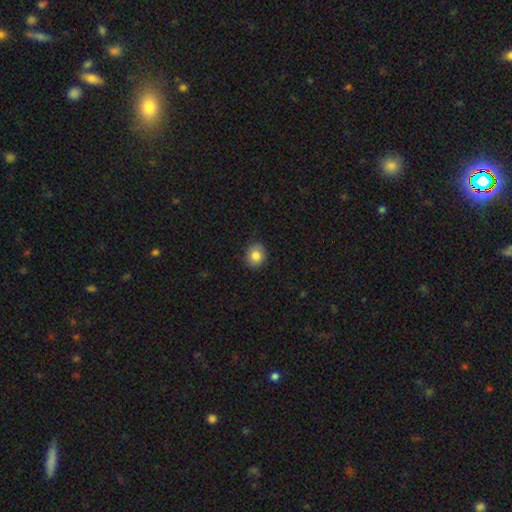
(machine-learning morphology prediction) Smooth or featured?
  - smooth: 84% *
  - star or artifact: 9%
  - featured or disk: 7%
How rounded?
  - round: 76% *
  - in between: 23%
  - cigar-shaped: 1%
Merging?
  - none: 88% *
  - minor disturbance: 9%
  - major disturbance: 2%
  - merger: 1%